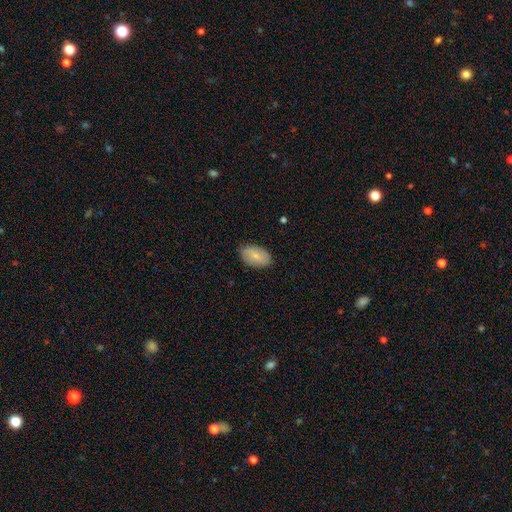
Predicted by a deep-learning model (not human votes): This is likely a smooth galaxy (76%). How rounded: clearly in between (92%). Merging: clearly none (84%).